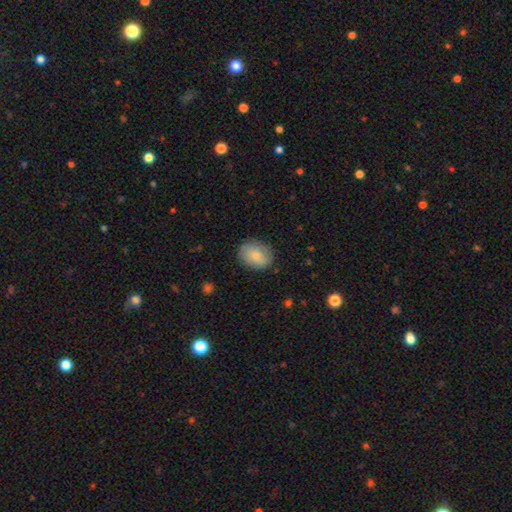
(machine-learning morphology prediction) Smooth or featured? smooth (76%)
How rounded? in between (63%)
Merging? none (80%)